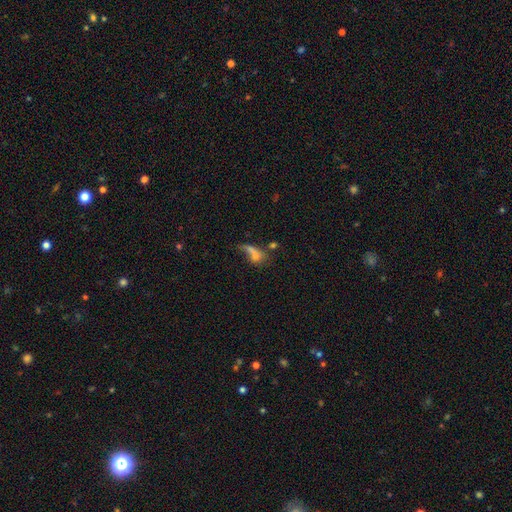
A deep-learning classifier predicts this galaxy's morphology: Smooth or featured? Predicted: smooth (p=0.55). How rounded? Predicted: in between (p=0.61). Merging? Predicted: major disturbance (p=0.33).